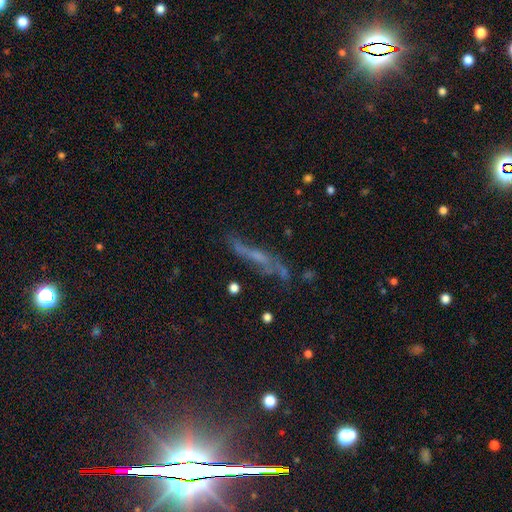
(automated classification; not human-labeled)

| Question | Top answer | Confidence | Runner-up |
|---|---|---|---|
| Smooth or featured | featured or disk | 54% | smooth (26%) |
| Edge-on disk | yes | 55% | no (45%) |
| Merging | none | 53% | minor disturbance (23%) |